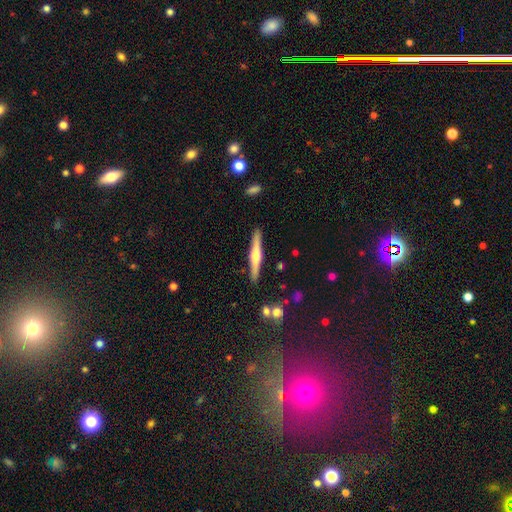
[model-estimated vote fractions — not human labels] Smooth or featured: featured or disk — 65% (smooth — 29%)
Edge-on disk: yes — 97% (no — 3%)
Edge-on bulge: rounded — 88% (boxy — 6%)
Merging: none — 90% (minor disturbance — 7%)